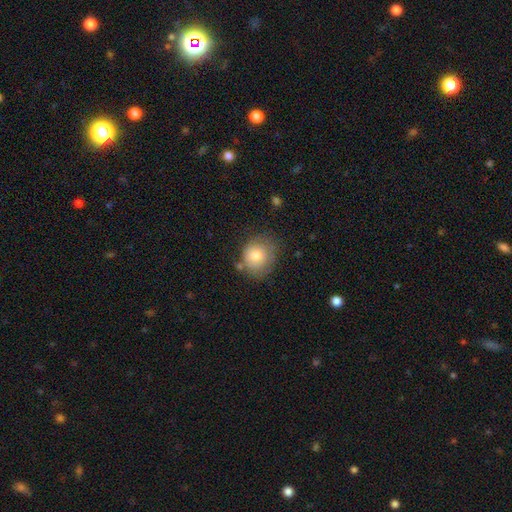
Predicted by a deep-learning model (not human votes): Smooth or featured? Predicted: smooth (p=0.75). How rounded? Predicted: round (p=0.79). Merging? Predicted: none (p=0.65).